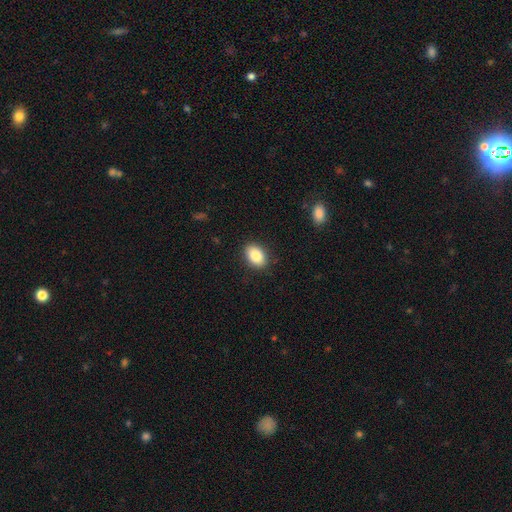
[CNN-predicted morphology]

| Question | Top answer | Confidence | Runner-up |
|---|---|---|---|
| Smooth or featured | smooth | 86% | star or artifact (8%) |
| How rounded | in between | 84% | round (15%) |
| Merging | none | 88% | minor disturbance (9%) |